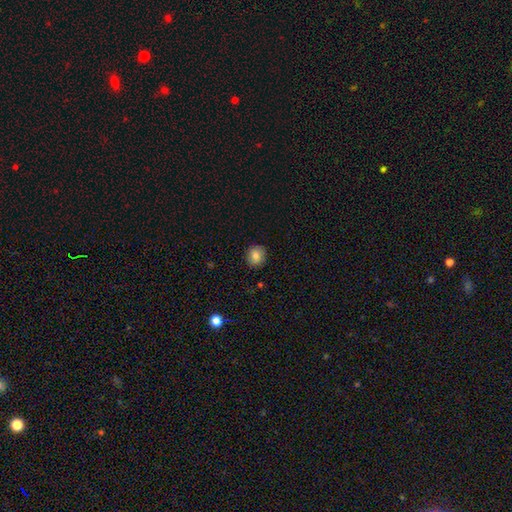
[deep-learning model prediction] smooth 84%, star or artifact 9%, featured or disk 7%. Down the decision tree: how rounded — round (76%); merging — none (88%).